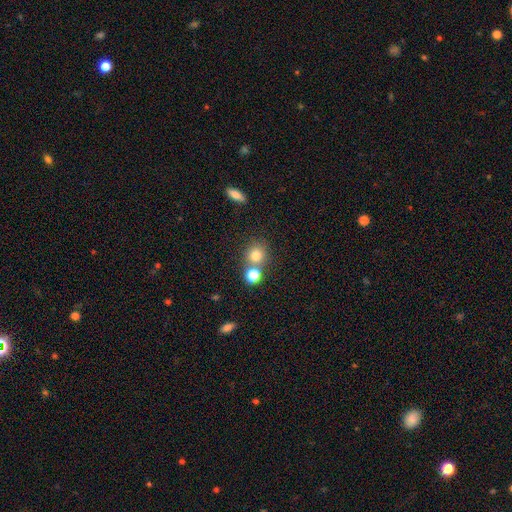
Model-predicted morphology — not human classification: A smooth galaxy with no disk features (78%) that is round (84%).

Vote fractions:
- Smooth or featured? smooth: 78% / star or artifact: 13% / featured or disk: 9%
- How rounded? round: 84% / in between: 15% / cigar-shaped: 1%
- Merging? none: 56% / merger: 33% / minor disturbance: 8% / major disturbance: 3%